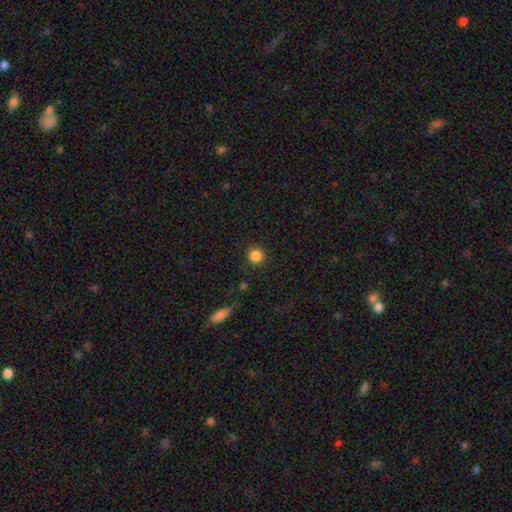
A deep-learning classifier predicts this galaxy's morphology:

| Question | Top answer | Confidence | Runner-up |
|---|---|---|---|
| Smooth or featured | smooth | 86% | star or artifact (11%) |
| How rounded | round | 94% | in between (5%) |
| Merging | none | 89% | minor disturbance (7%) |